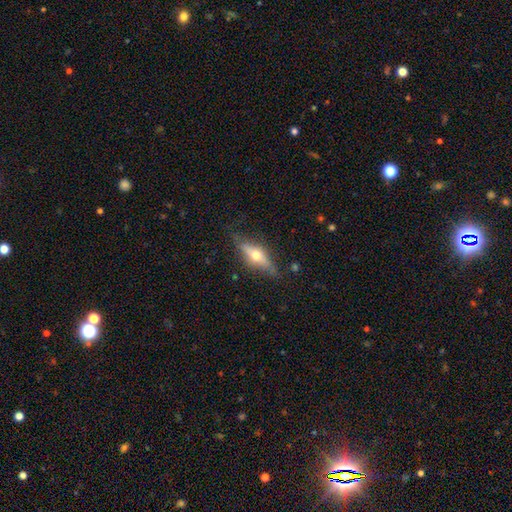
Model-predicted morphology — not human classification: This is possibly a featured or disk galaxy (55%). It is clearly viewed edge-on (87%). Merging: likely none (77%).